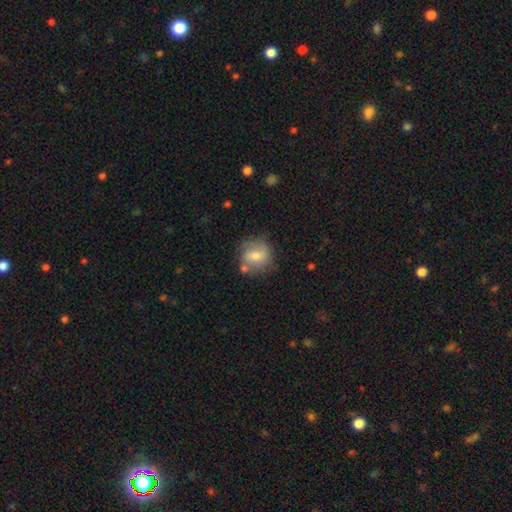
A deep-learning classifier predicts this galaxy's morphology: A smooth galaxy with no disk features (58%) that is round (76%). Merging: none (59%).